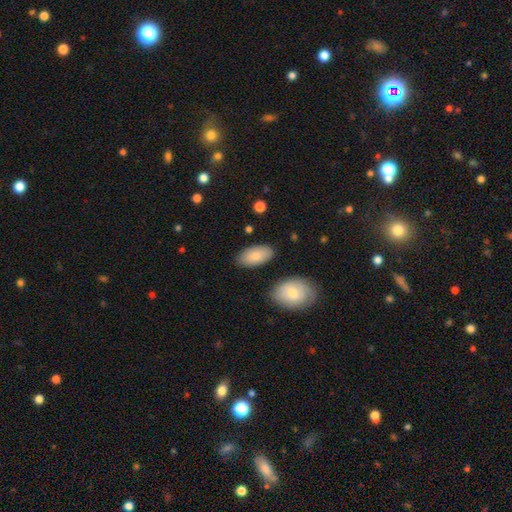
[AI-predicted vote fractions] smooth 83%, featured or disk 11%, star or artifact 6%. Down the decision tree: how rounded — in between (95%); merging — none (82%).